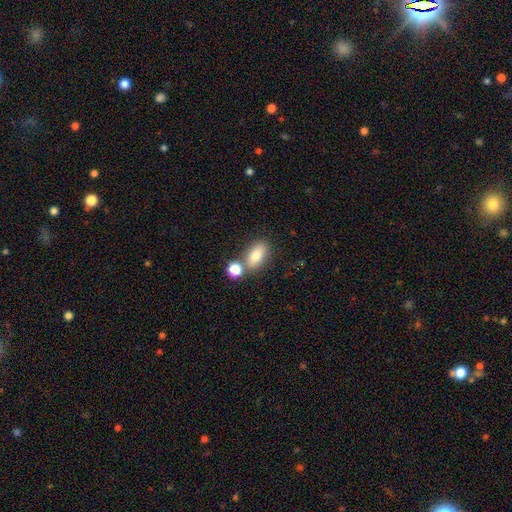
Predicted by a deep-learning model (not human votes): The model was most divided on "merging": none: 62%, merger: 22%, minor disturbance: 12%, major disturbance: 4%. More confident: how rounded — in between (82%); smooth or featured — smooth (80%).